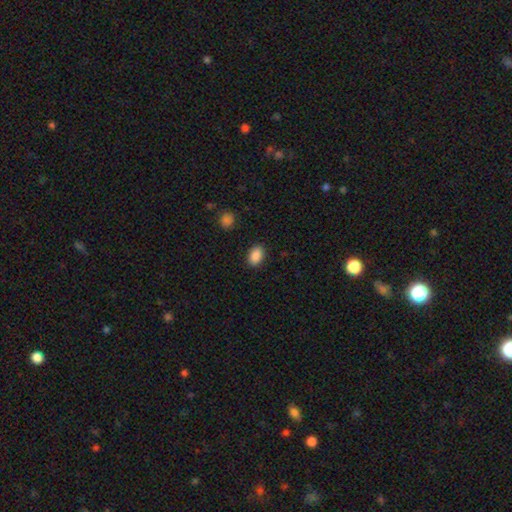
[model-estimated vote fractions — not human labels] A smooth galaxy with no disk features (88%) that is in between round and cigar-shaped (86%). Merging: none (88%).